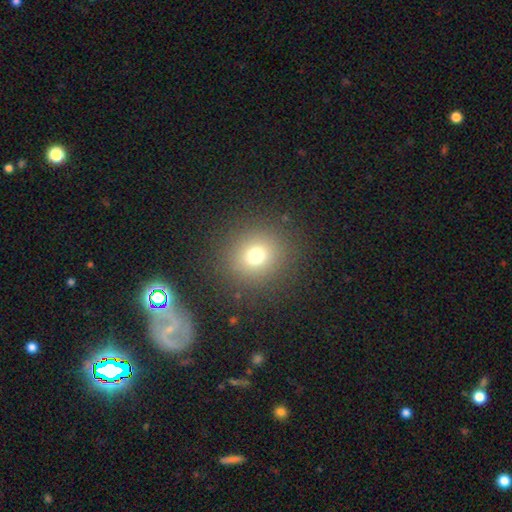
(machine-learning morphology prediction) Overall: smooth (72%). How rounded: round (89%). Merging: none (88%).